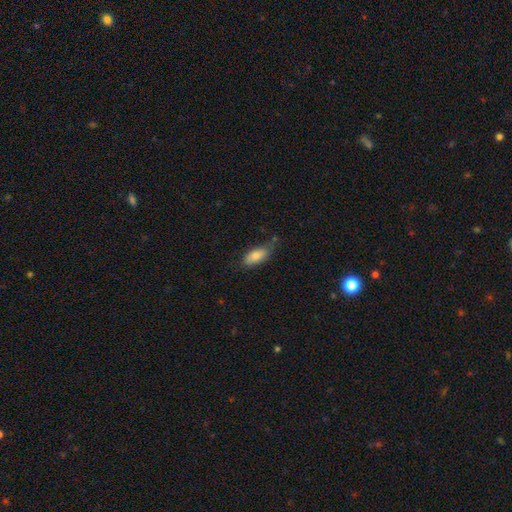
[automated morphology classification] Smooth or featured?
  - smooth: 81% *
  - featured or disk: 12%
  - star or artifact: 7%
How rounded?
  - in between: 85% *
  - cigar-shaped: 13%
  - round: 2%
Merging?
  - none: 64% *
  - minor disturbance: 27%
  - major disturbance: 6%
  - merger: 3%